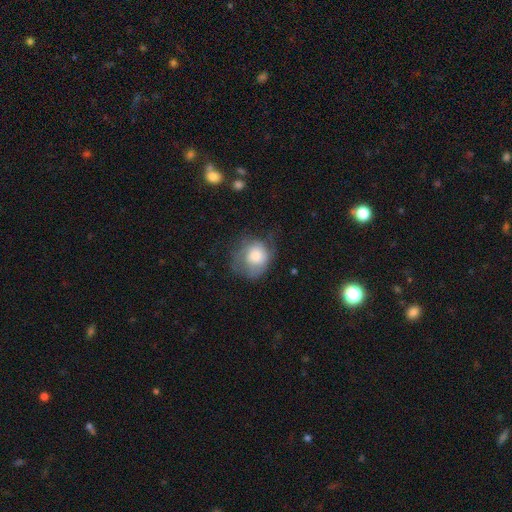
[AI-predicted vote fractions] Q: Smooth or featured?
A: smooth (61%); runner-up: featured or disk (32%)
Q: How rounded?
A: round (73%); runner-up: in between (26%)
Q: Merging?
A: none (42%); runner-up: minor disturbance (31%)